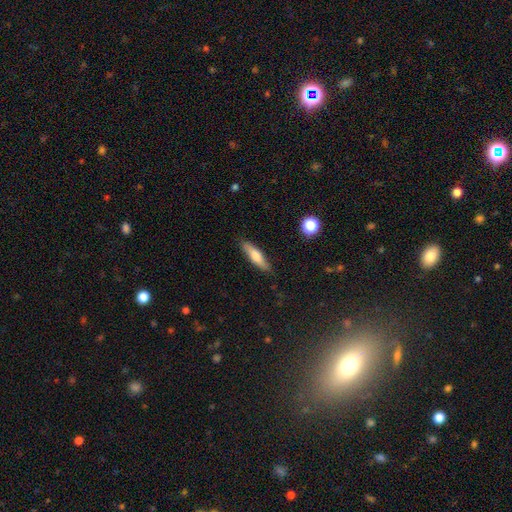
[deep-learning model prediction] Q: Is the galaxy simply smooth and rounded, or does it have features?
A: smooth — 69%.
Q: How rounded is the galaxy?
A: cigar-shaped — 70%.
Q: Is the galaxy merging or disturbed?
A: none — 85%.